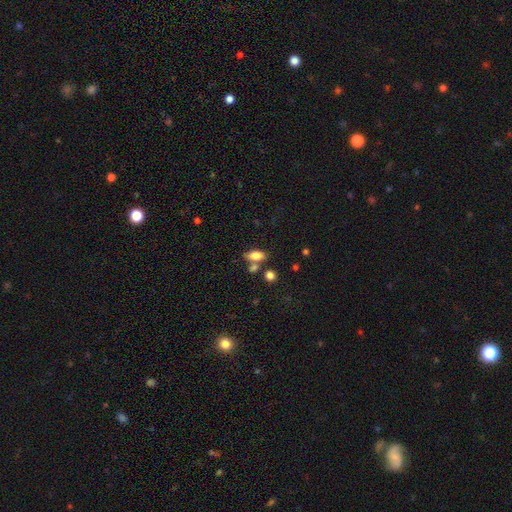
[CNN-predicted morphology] smooth-or-featured: smooth: 77% | featured or disk: 14% | star or artifact: 9%
  how-rounded: in between: 86% | cigar-shaped: 9% | round: 6%
  merging: none: 63% | merger: 20% | minor disturbance: 13% | major disturbance: 4%